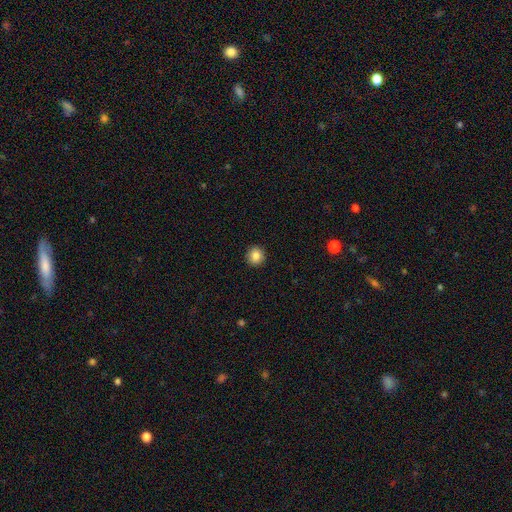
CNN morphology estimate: type=smooth (85%); roundness=round (93%); merging=none (93%).